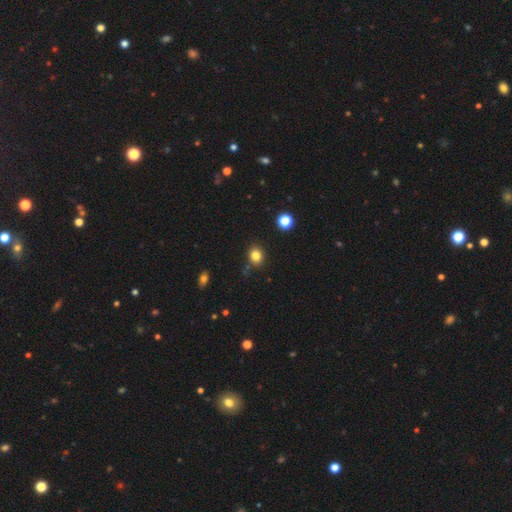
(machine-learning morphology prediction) type=smooth (82%); roundness=round (69%); merging=none (82%).